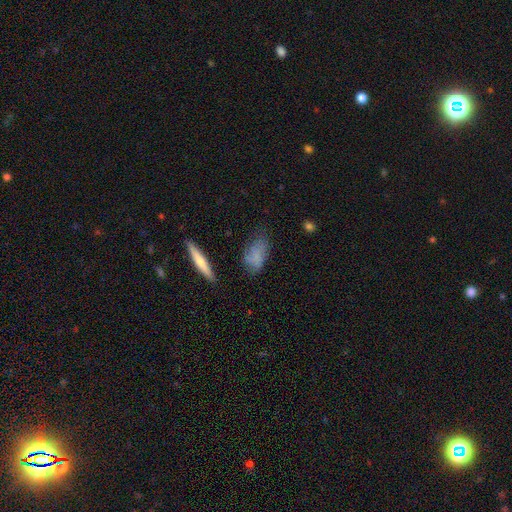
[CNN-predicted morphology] This is likely a smooth galaxy (67%). How rounded: clearly in between (81%). Merging: possibly none (55%).